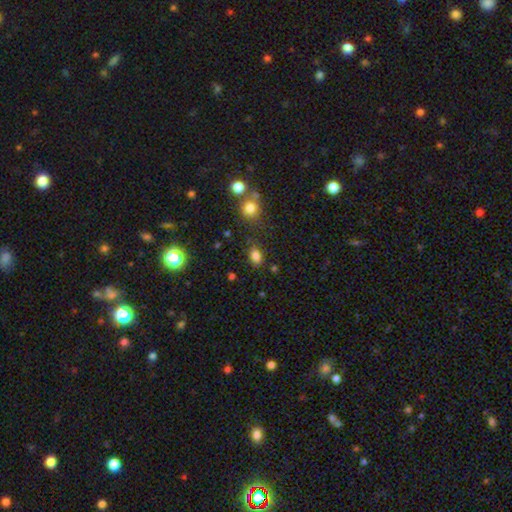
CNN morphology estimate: Smooth or featured? Predicted: smooth (p=0.81). How rounded? Predicted: in between (p=0.81). Merging? Predicted: none (p=0.77).